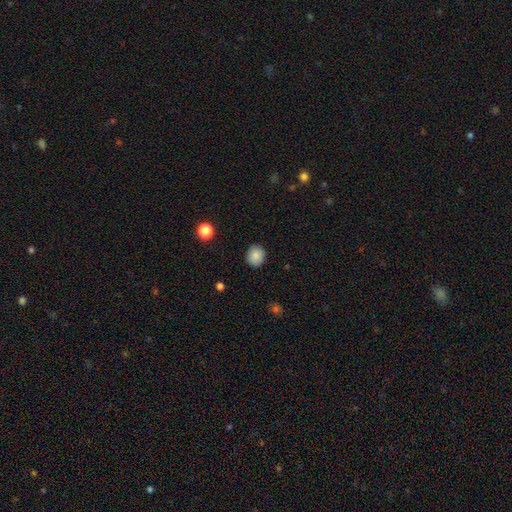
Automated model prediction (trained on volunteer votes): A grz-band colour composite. It shows a smooth galaxy with no disk features (87%) that is round (76%). Merging: none (89%).